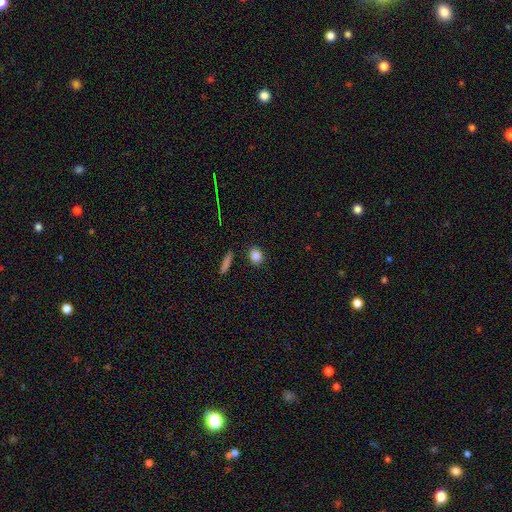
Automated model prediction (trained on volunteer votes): Overall: smooth (85%). How rounded: round (62%; in between 35%). Merging: none (88%).